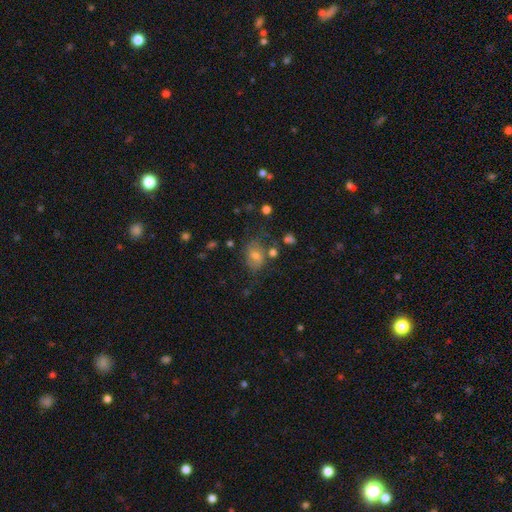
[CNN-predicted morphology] Overall: smooth (55%; featured or disk 28%). How rounded: in between (63%; round 35%). Merging: none (59%; minor disturbance 23%).